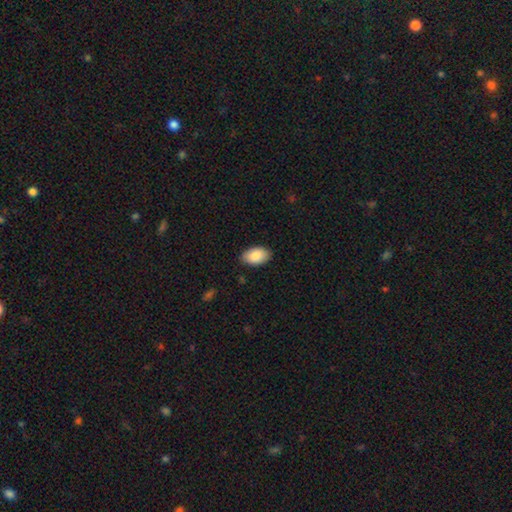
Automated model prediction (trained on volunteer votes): Q: Smooth or featured?
A: smooth (87%); runner-up: featured or disk (7%)
Q: How rounded?
A: in between (94%); runner-up: round (5%)
Q: Merging?
A: none (86%); runner-up: minor disturbance (11%)